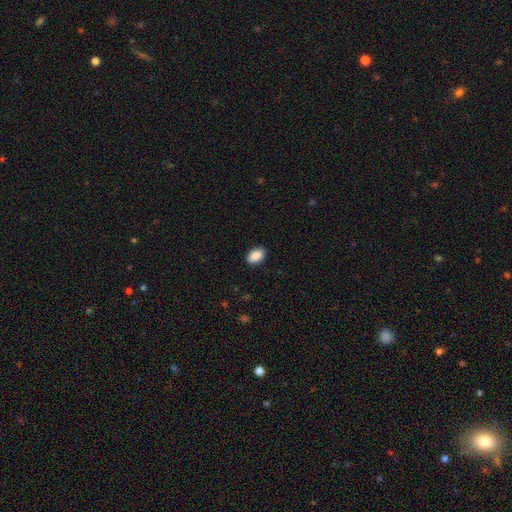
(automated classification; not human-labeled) The model was most divided on "how rounded": in between: 88%, round: 11%, cigar-shaped: 1%. More confident: smooth or featured — smooth (90%); merging — none (89%).